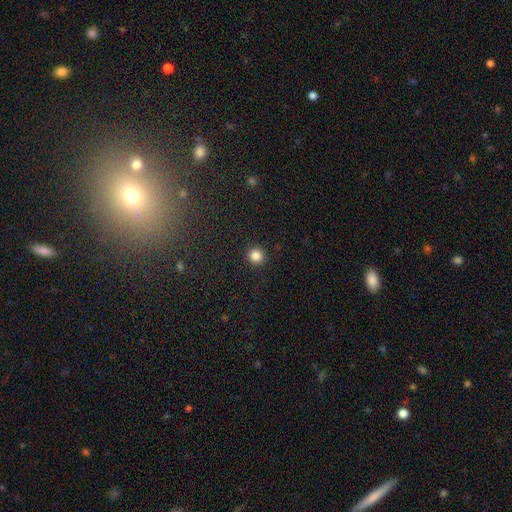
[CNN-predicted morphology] Smooth or featured? Predicted: smooth (p=0.85). How rounded? Predicted: round (p=0.94). Merging? Predicted: none (p=0.92).